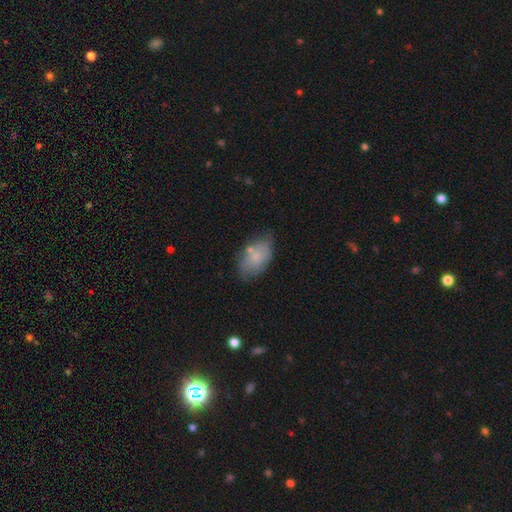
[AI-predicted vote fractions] Smooth or featured: smooth — 70% (featured or disk — 22%)
How rounded: in between — 91% (round — 7%)
Merging: none — 57% (minor disturbance — 27%)